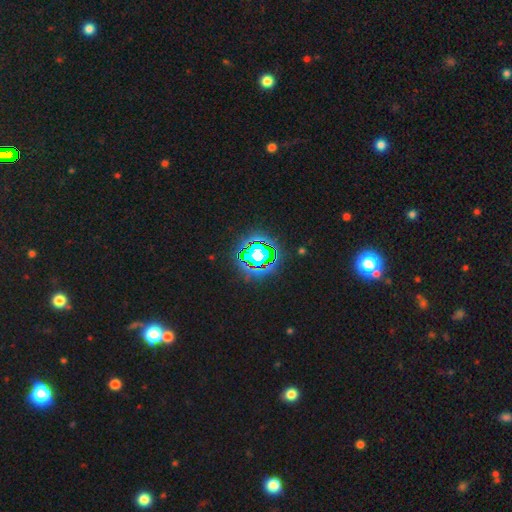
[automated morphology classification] star or artifact 71%, smooth 15%, featured or disk 15%.